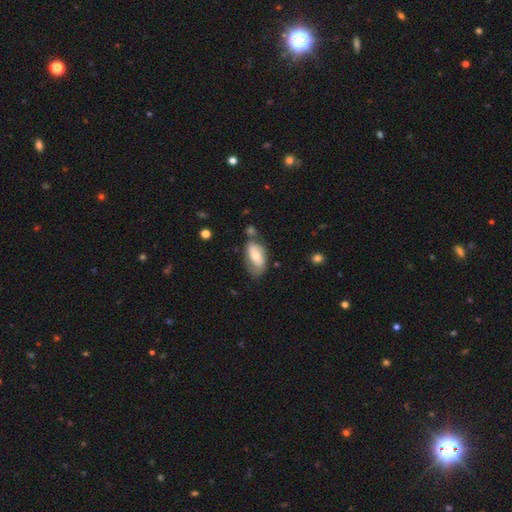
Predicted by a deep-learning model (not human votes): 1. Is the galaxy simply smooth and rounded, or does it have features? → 54% smooth, 40% featured or disk, 7% star or artifact.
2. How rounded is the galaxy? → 91% in between, 5% cigar-shaped, 4% round.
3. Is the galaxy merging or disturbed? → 49% none, 29% minor disturbance, 11% major disturbance, 10% merger.